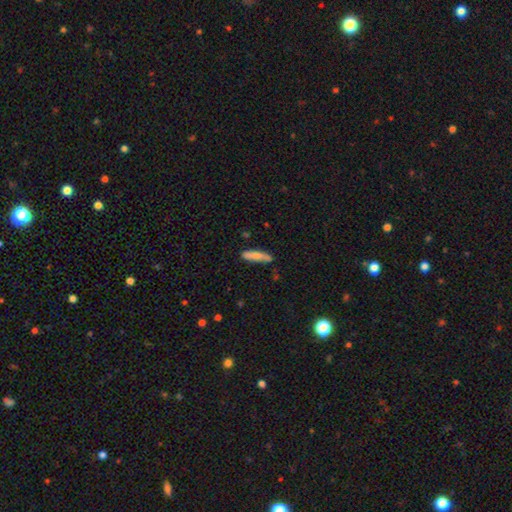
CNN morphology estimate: Smooth or featured? Predicted: smooth (p=0.77). How rounded? Predicted: cigar-shaped (p=0.74). Merging? Predicted: none (p=0.71).